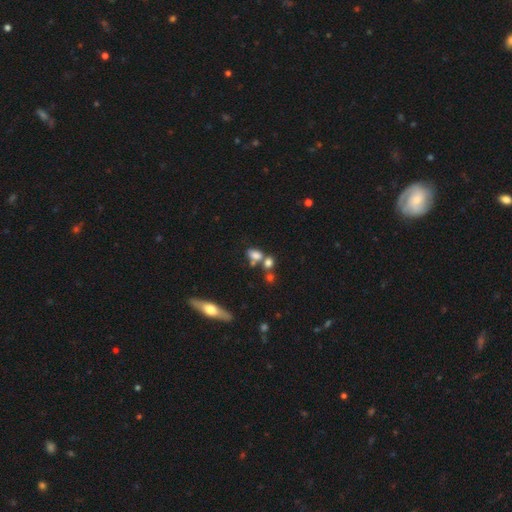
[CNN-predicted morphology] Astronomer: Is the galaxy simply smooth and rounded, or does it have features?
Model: smooth — 72%.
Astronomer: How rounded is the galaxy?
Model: in between — 76%.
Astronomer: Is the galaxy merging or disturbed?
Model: none — 40% (runner-up: merger, 38%).